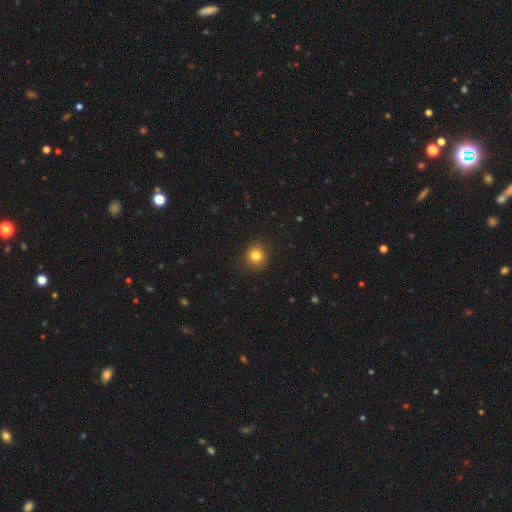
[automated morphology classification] Smooth or featured?
  - smooth: 82% *
  - star or artifact: 12%
  - featured or disk: 6%
How rounded?
  - round: 91% *
  - in between: 8%
  - cigar-shaped: 1%
Merging?
  - none: 90% *
  - minor disturbance: 7%
  - major disturbance: 2%
  - merger: 1%